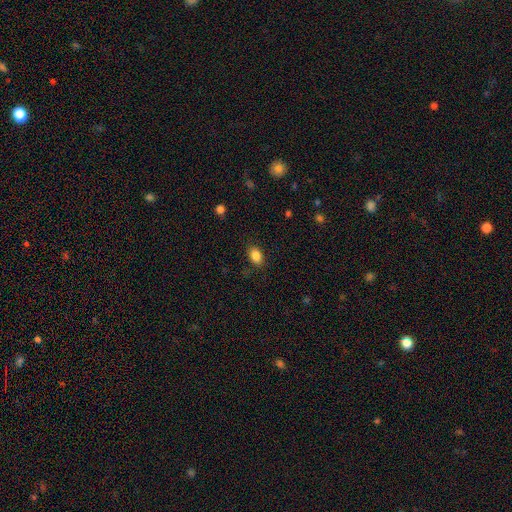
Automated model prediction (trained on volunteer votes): A smooth galaxy with no disk features (86%) that is in between round and cigar-shaped (81%).

Vote fractions:
- Smooth or featured? smooth: 86% / star or artifact: 9% / featured or disk: 5%
- How rounded? in between: 81% / round: 17% / cigar-shaped: 1%
- Merging? none: 85% / minor disturbance: 11% / major disturbance: 3% / merger: 1%